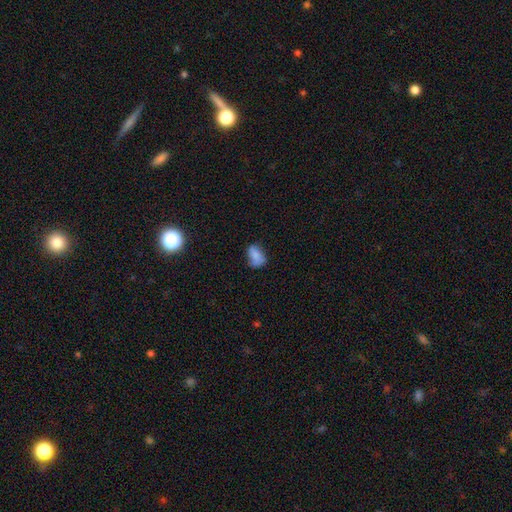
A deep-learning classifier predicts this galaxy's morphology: This is likely a smooth galaxy (77%). How rounded: clearly in between (85%). Merging: possibly none (47%).